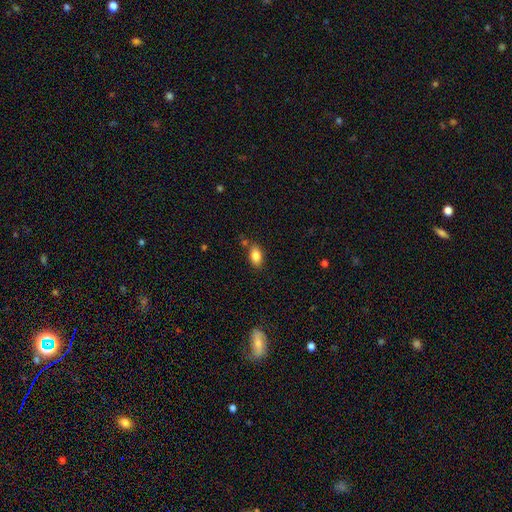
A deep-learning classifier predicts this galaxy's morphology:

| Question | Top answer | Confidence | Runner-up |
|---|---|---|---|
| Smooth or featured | smooth | 84% | star or artifact (8%) |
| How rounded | in between | 90% | round (7%) |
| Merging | none | 76% | minor disturbance (14%) |